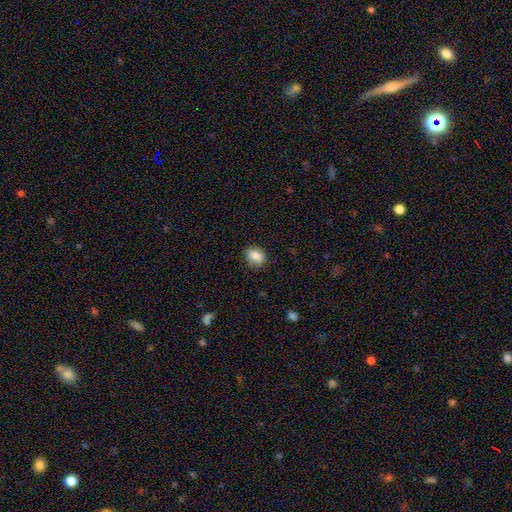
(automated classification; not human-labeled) Smooth or featured: smooth — 85% (star or artifact — 8%)
How rounded: in between — 60% (round — 38%)
Merging: none — 85% (minor disturbance — 11%)